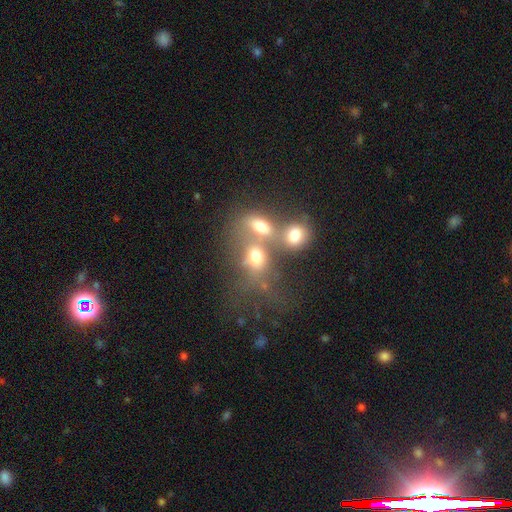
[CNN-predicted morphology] The model was most divided on "how rounded": in between: 55%, round: 42%, cigar-shaped: 2%. More confident: smooth or featured — smooth (66%); merging — merger (58%).